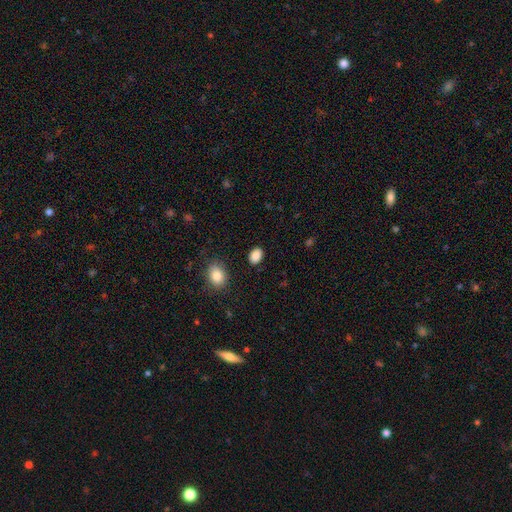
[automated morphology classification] Q: Smooth or featured?
A: smooth (88%); runner-up: star or artifact (9%)
Q: How rounded?
A: in between (77%); runner-up: round (22%)
Q: Merging?
A: none (88%); runner-up: minor disturbance (8%)